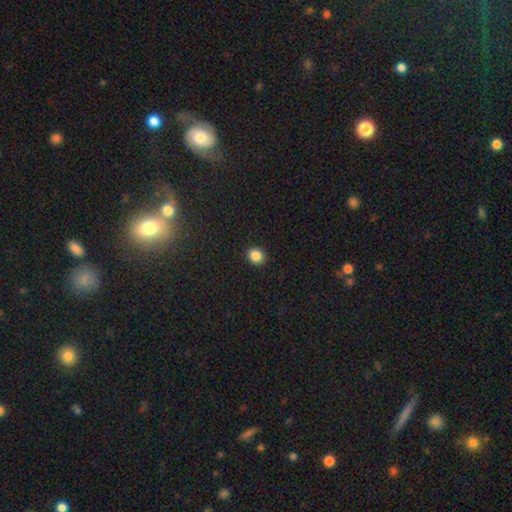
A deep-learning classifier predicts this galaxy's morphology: This appears to be a smooth galaxy with no disk features (86%) that is round (74%). Merging: none (92%).